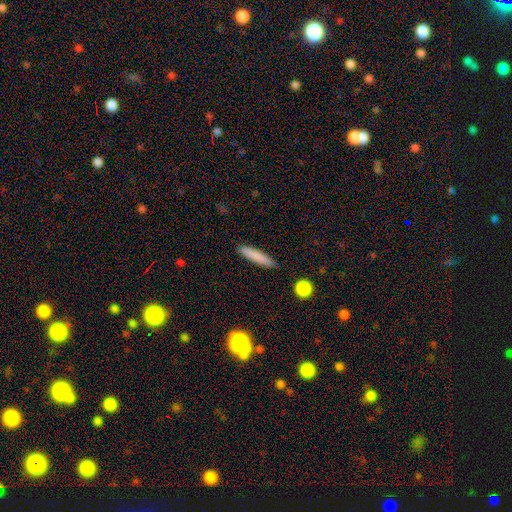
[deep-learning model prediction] The model was most divided on "smooth or featured": smooth: 82%, featured or disk: 11%, star or artifact: 7%. More confident: how rounded — cigar-shaped (89%); merging — none (88%).